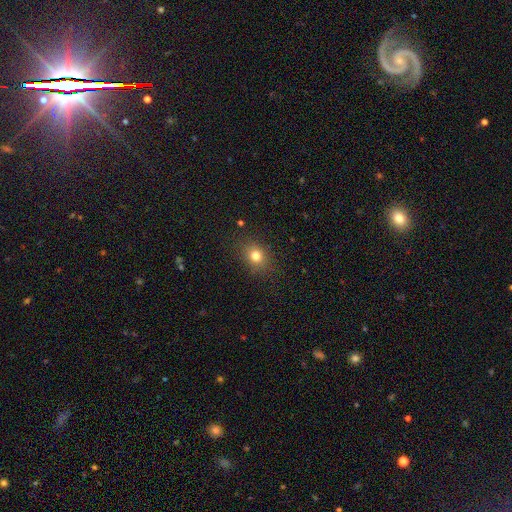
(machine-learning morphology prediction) Q: Smooth or featured?
A: smooth (78%); runner-up: star or artifact (14%)
Q: How rounded?
A: round (55%); runner-up: in between (44%)
Q: Merging?
A: none (85%); runner-up: minor disturbance (10%)